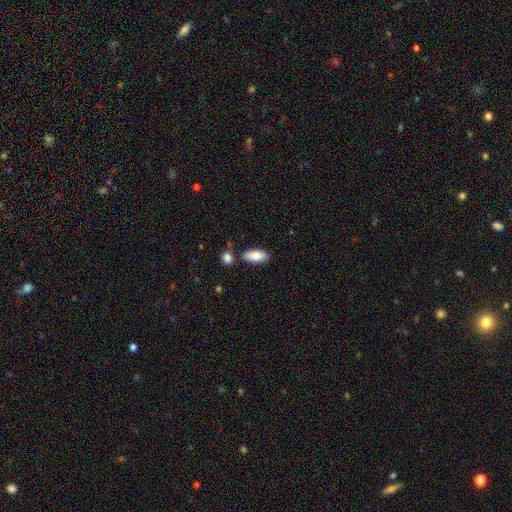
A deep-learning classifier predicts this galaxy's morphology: Smooth or featured: smooth — 84% (featured or disk — 10%)
How rounded: in between — 90% (cigar-shaped — 7%)
Merging: none — 79% (minor disturbance — 11%)